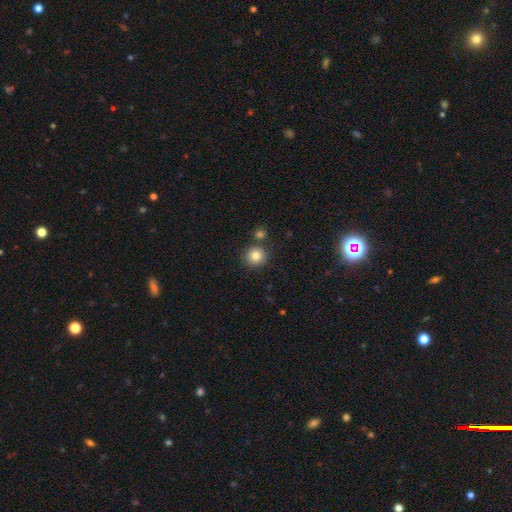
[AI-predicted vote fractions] This is clearly a smooth galaxy (83%). How rounded: clearly round (90%). Merging: likely none (79%).